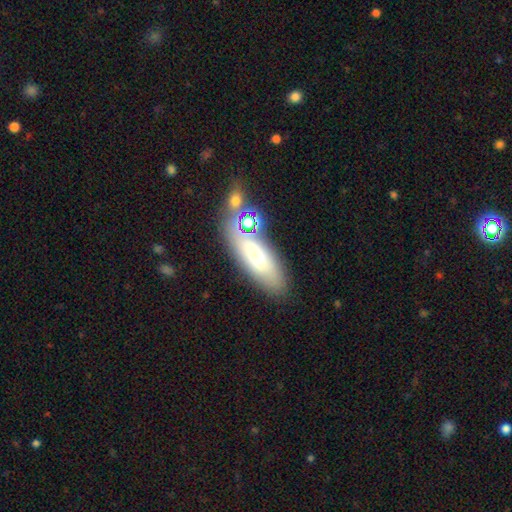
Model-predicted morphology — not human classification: A smooth galaxy with no disk features (55%) that is in between round and cigar-shaped (67%).

Vote fractions:
- Smooth or featured? smooth: 55% / featured or disk: 32% / star or artifact: 14%
- How rounded? in between: 67% / cigar-shaped: 30% / round: 4%
- Merging? none: 70% / minor disturbance: 14% / merger: 11% / major disturbance: 6%